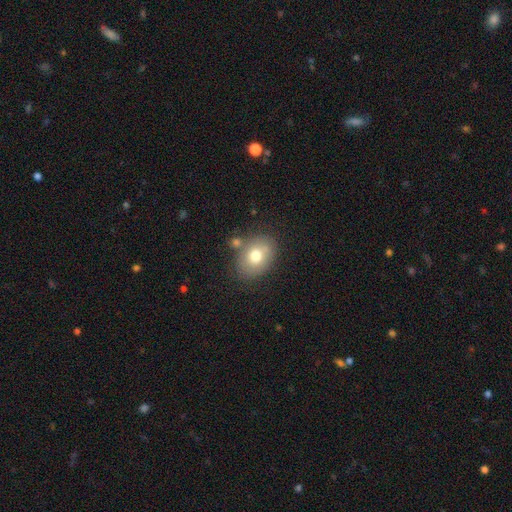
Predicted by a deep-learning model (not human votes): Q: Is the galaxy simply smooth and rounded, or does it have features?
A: smooth — 73%.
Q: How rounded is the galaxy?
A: in between — 67%.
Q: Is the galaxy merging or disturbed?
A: none — 68%.